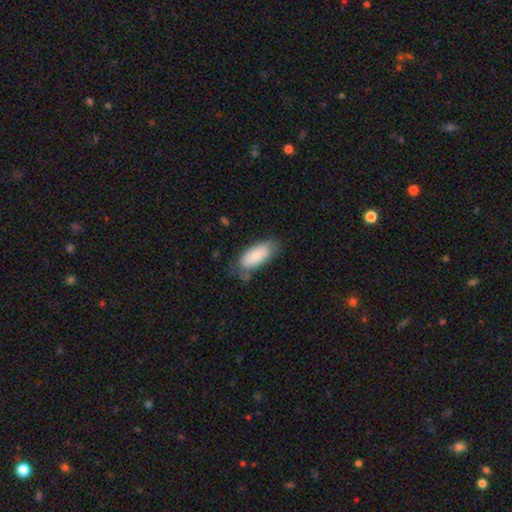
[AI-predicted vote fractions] Smooth or featured? Predicted: smooth (p=0.80). How rounded? Predicted: in between (p=0.87). Merging? Predicted: none (p=0.62).